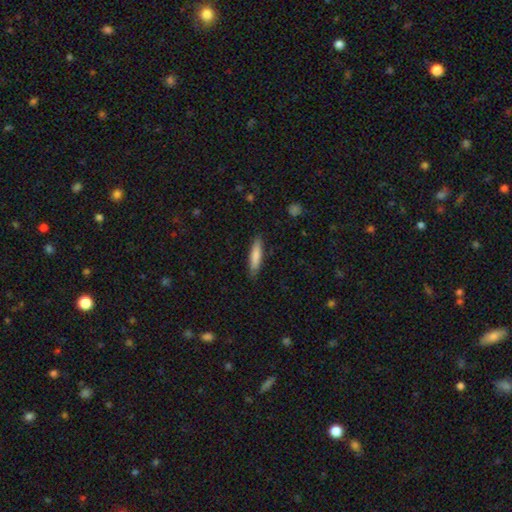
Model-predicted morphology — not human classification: The model was most divided on "how rounded": cigar-shaped: 78%, in between: 20%, round: 1%. More confident: merging — none (86%); smooth or featured — smooth (82%).